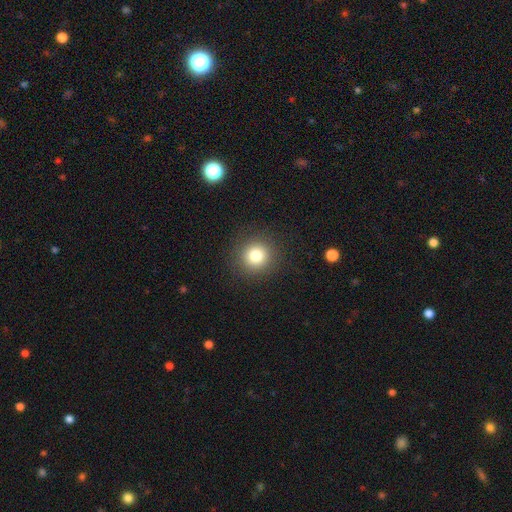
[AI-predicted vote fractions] This appears to be a smooth galaxy with no disk features (81%) that is round (93%). Merging: none (90%).